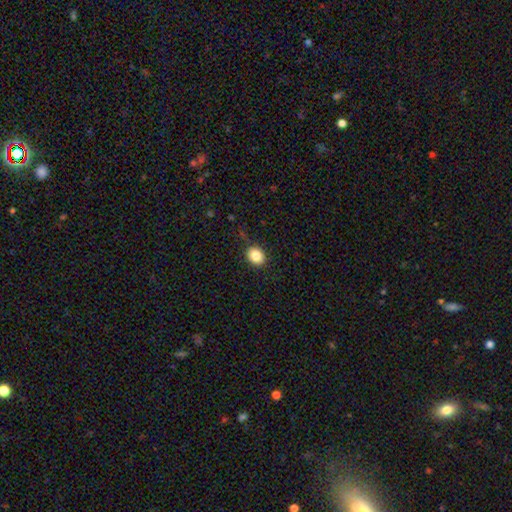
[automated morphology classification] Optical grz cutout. It shows a smooth galaxy with no disk features (84%) that is round (58%). Merging: none (84%).